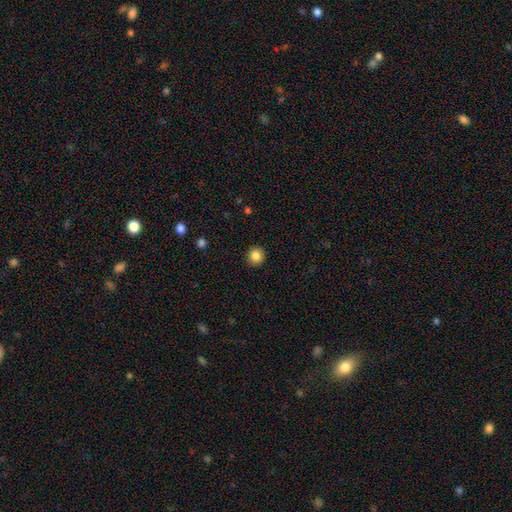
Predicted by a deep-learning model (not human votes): Q: Smooth or featured?
A: smooth (85%); runner-up: star or artifact (10%)
Q: How rounded?
A: round (89%); runner-up: in between (10%)
Q: Merging?
A: none (91%); runner-up: minor disturbance (6%)